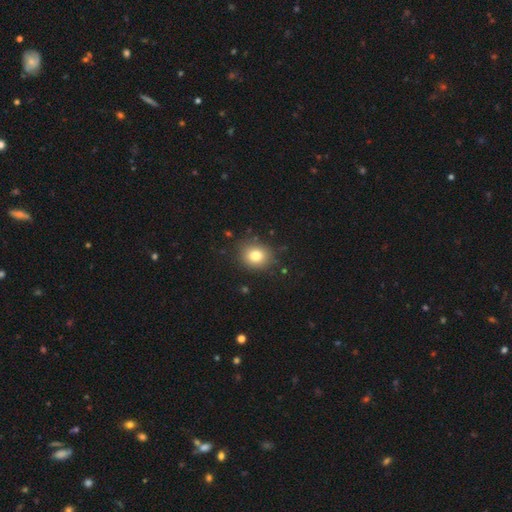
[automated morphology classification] Overall: smooth (79%). How rounded: round (71%). Merging: none (86%).